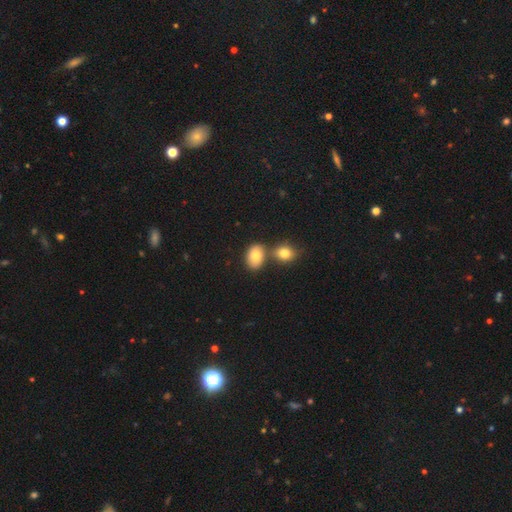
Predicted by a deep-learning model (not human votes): Smooth or featured? smooth (81%)
How rounded? in between (78%)
Merging? none (58%)